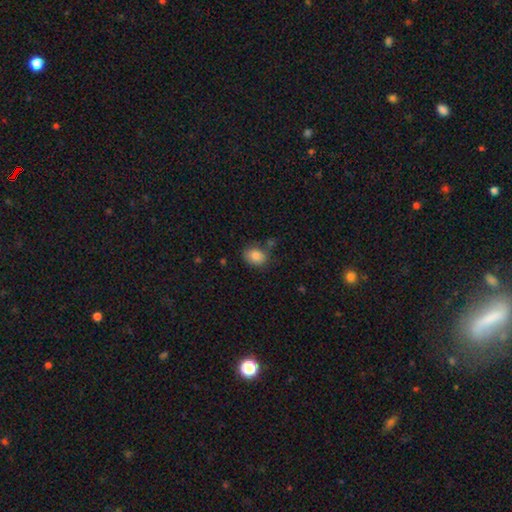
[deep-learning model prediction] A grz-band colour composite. It shows a smooth galaxy with no disk features (84%) that is in between round and cigar-shaped (60%). Merging: none (69%).